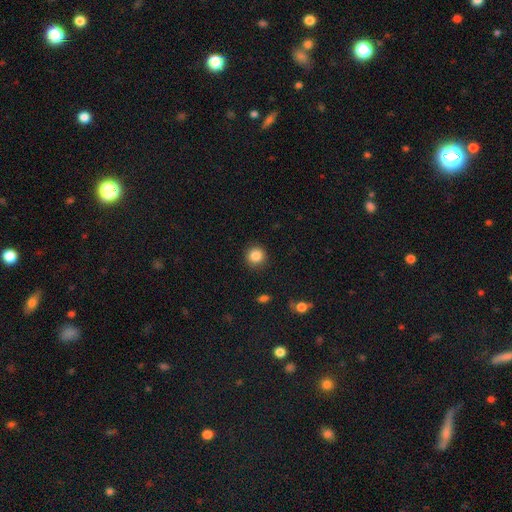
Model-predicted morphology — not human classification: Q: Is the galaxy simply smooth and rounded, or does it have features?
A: smooth — 85%.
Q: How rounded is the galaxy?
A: round — 93%.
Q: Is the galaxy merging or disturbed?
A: none — 91%.